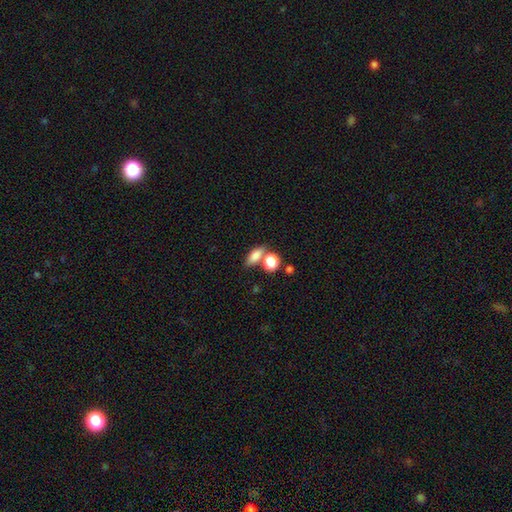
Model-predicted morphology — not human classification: Smooth or featured: smooth — 81% (featured or disk — 10%)
How rounded: in between — 72% (round — 19%)
Merging: none — 52% (merger — 32%)